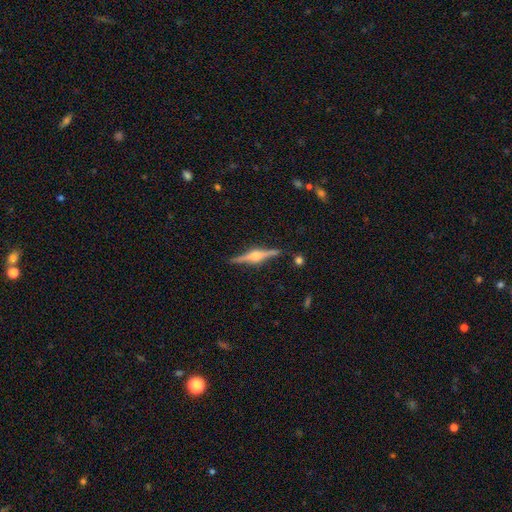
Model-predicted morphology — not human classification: This appears to be a featured or disk galaxy (84%) viewed edge-on (98%) with a rounded central bulge (91%). Merging: none (89%).